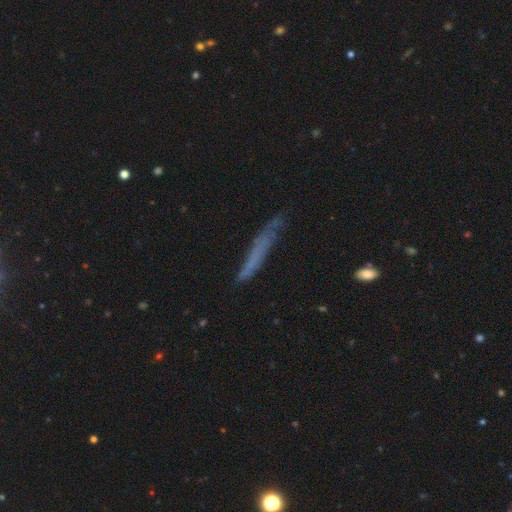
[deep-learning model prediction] smooth 55%, featured or disk 34%, star or artifact 10%. Down the decision tree: how rounded — cigar-shaped (94%); merging — none (69%).